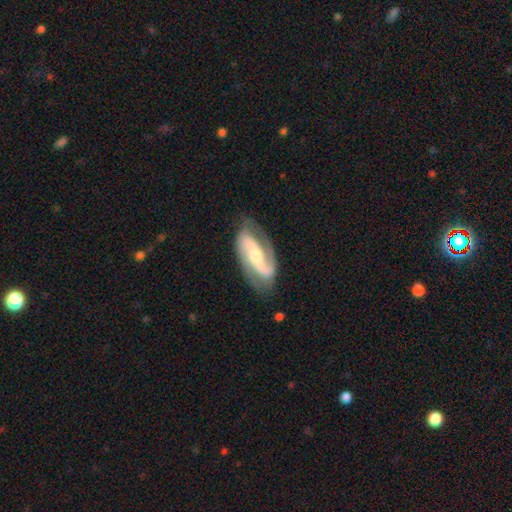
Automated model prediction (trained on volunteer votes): featured or disk 89%, smooth 7%, star or artifact 4%. Down the decision tree: edge-on disk — no (95%); bar — strong (37%); spiral arms — yes (97%); spiral arm count — 2 (91%); spiral winding — medium (47%); bulge size — moderate (56%); merging — none (77%).